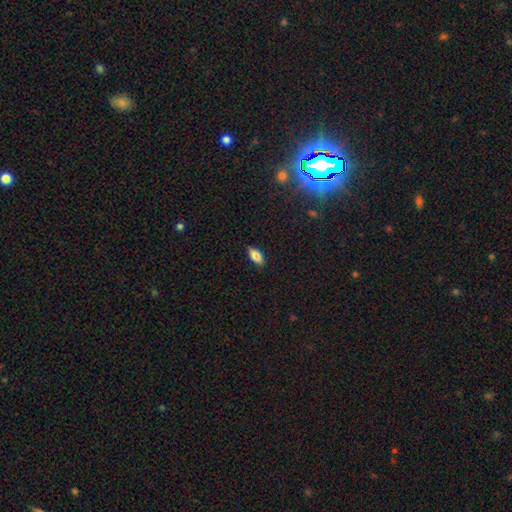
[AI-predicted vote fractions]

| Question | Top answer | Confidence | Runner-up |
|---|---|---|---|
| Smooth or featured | smooth | 82% | featured or disk (10%) |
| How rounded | in between | 86% | cigar-shaped (12%) |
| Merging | none | 87% | minor disturbance (10%) |